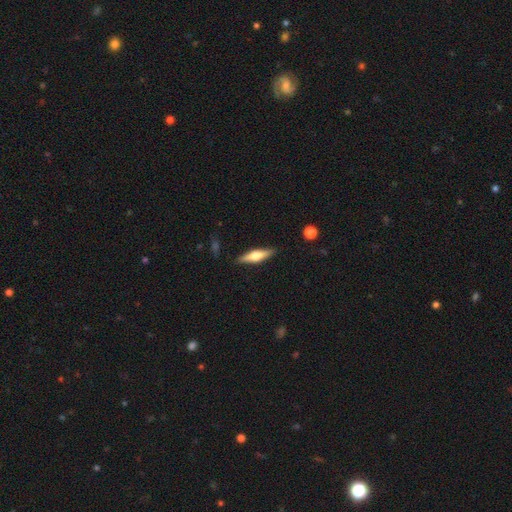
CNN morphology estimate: Smooth or featured?
  - featured or disk: 55% *
  - smooth: 40%
  - star or artifact: 6%
Edge-on disk?
  - yes: 94% *
  - no: 6%
Edge-on bulge?
  - rounded: 93% *
  - boxy: 4%
  - none: 2%
Merging?
  - none: 88% *
  - minor disturbance: 9%
  - major disturbance: 2%
  - merger: 1%